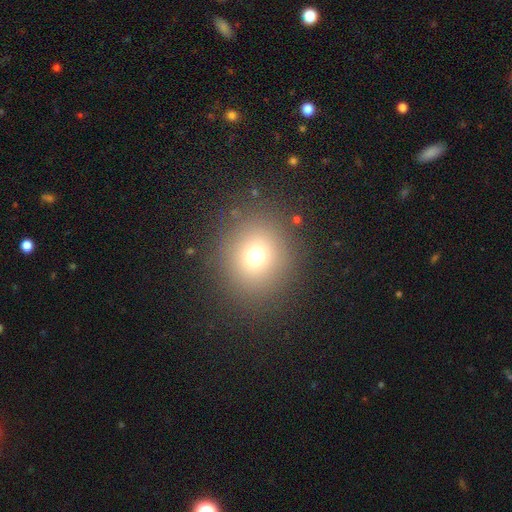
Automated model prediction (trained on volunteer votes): Smooth or featured?
  - smooth: 71% *
  - star or artifact: 19%
  - featured or disk: 10%
How rounded?
  - round: 88% *
  - in between: 11%
  - cigar-shaped: 1%
Merging?
  - none: 88% *
  - minor disturbance: 7%
  - major disturbance: 4%
  - merger: 1%